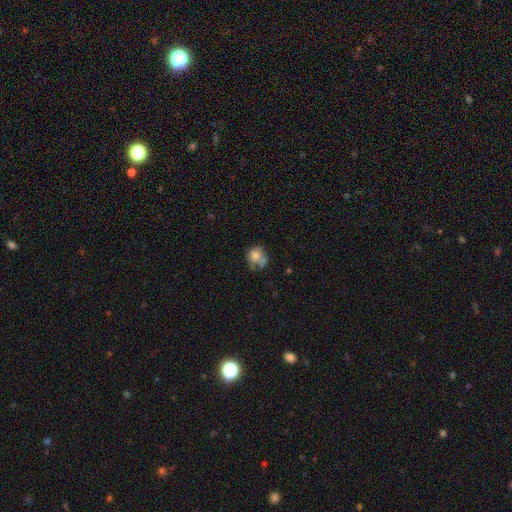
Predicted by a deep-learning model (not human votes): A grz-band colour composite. It shows a smooth galaxy with no disk features (69%) that is round (72%). Merging: none (41%).